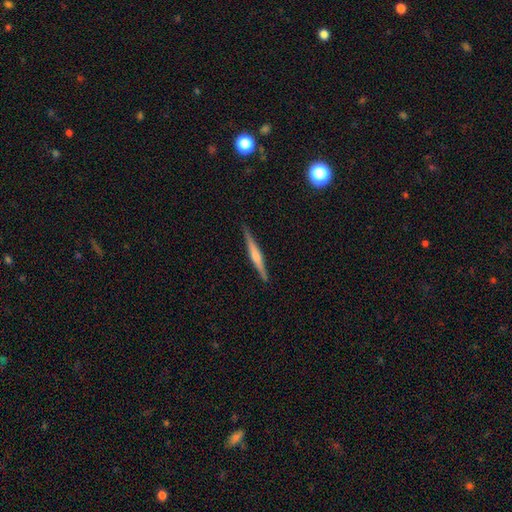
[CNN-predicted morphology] type=featured or disk (62%); edge-on=yes (98%); edge-on bulge=rounded (59%); merging=none (90%).